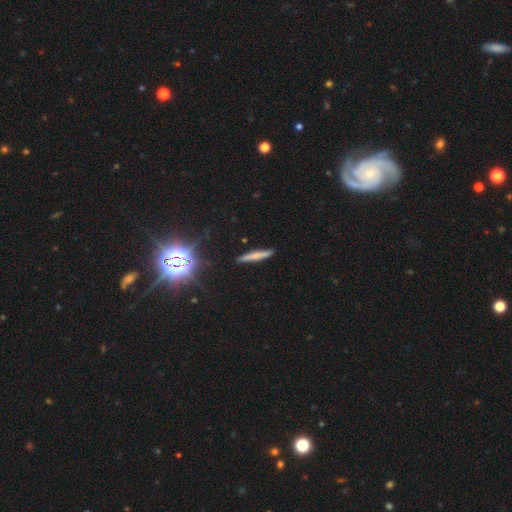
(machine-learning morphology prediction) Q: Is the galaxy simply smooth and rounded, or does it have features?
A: smooth — 60%.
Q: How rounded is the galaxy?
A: cigar-shaped — 94%.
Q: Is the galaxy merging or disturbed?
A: none — 89%.